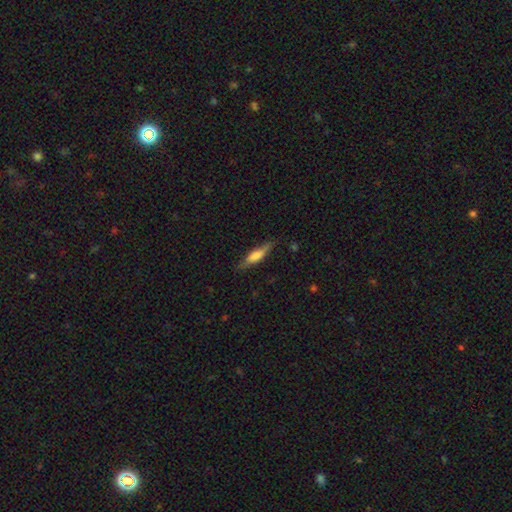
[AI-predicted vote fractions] smooth 57%, featured or disk 36%, star or artifact 6%. Down the decision tree: how rounded — cigar-shaped (73%); merging — none (78%).